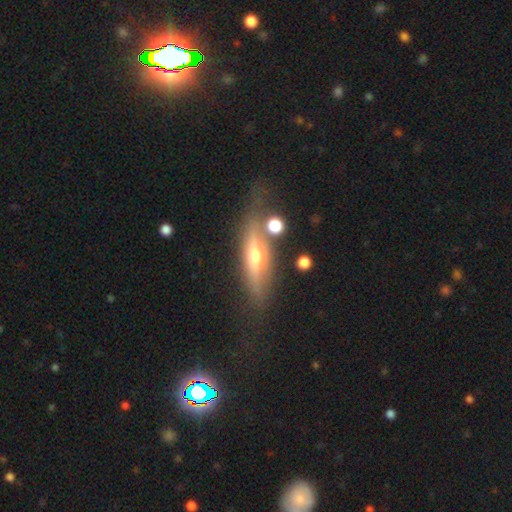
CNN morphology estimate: Smooth or featured?
  - featured or disk: 61% *
  - smooth: 30%
  - star or artifact: 9%
Edge-on disk?
  - yes: 83% *
  - no: 17%
Edge-on bulge?
  - rounded: 87% *
  - none: 7%
  - boxy: 5%
Merging?
  - none: 65% *
  - minor disturbance: 19%
  - major disturbance: 9%
  - merger: 8%